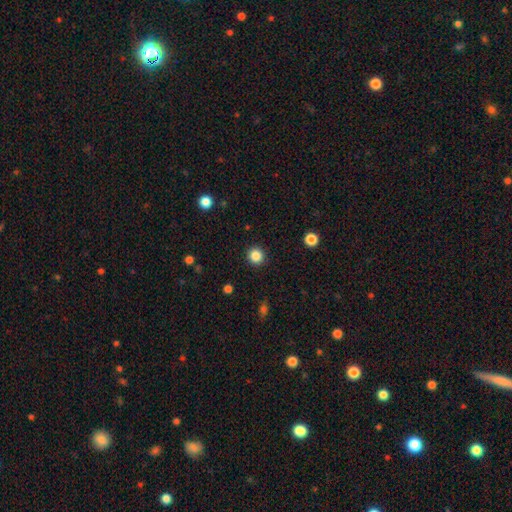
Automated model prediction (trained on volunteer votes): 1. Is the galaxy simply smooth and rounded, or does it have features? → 85% smooth, 11% star or artifact, 3% featured or disk.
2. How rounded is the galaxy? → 94% round, 5% in between, 1% cigar-shaped.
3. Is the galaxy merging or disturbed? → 92% none, 5% minor disturbance, 2% major disturbance, 1% merger.